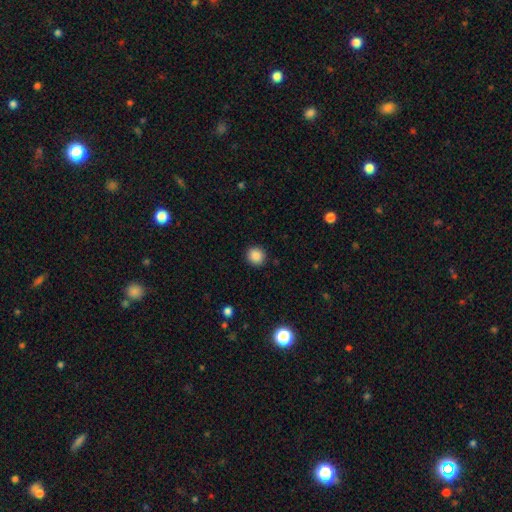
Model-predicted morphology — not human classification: Overall: smooth (88%). How rounded: round (91%). Merging: none (91%).